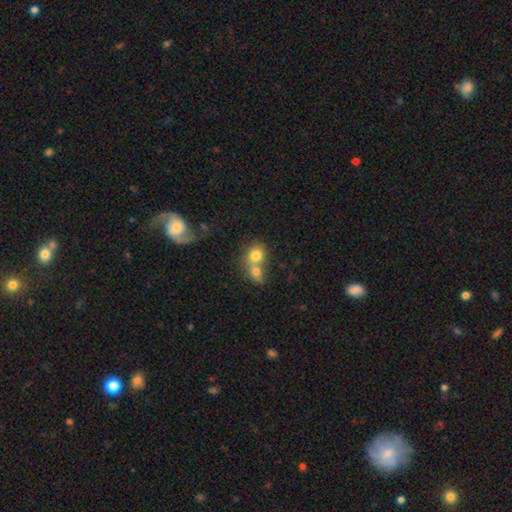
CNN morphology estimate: This appears to be a smooth galaxy with no disk features (76%) that is round (66%). Merging: merger (65%).